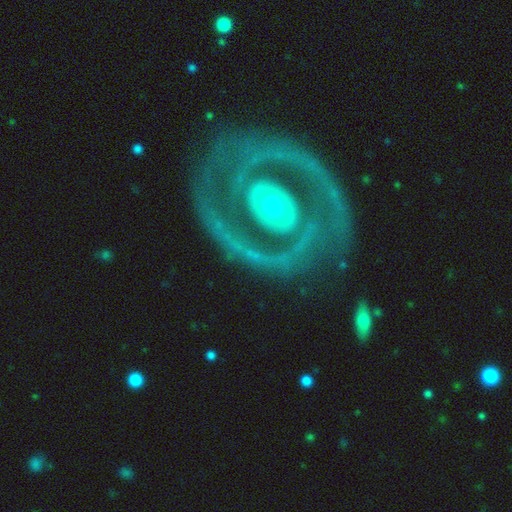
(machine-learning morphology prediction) This appears to be a featured or disk galaxy (87%) with no bar (66%), 2 (64%) tight (65%) spiral arms (79%) and a small central bulge (62%). Merging: none (75%).